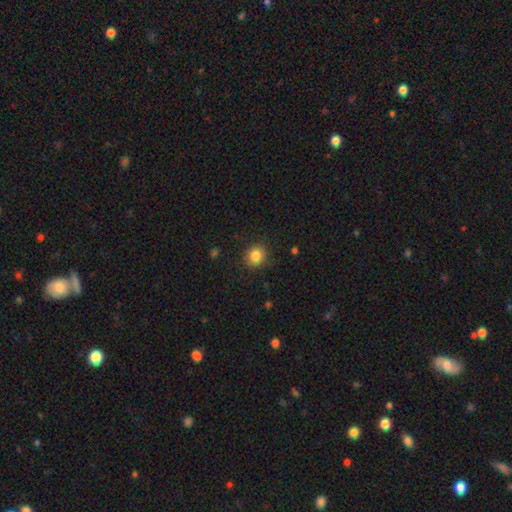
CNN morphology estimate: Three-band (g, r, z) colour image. It shows a smooth galaxy with no disk features (84%) that is round (79%). Merging: none (86%).